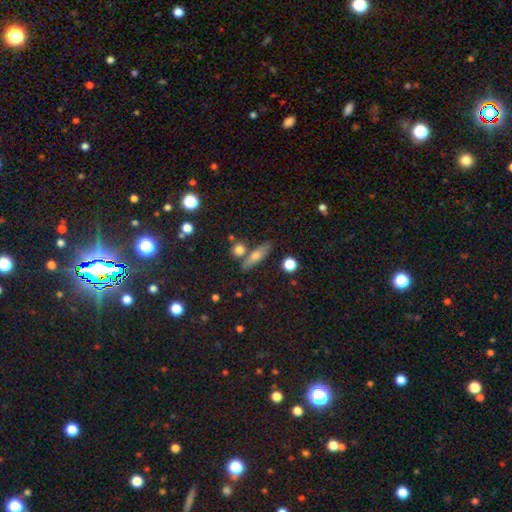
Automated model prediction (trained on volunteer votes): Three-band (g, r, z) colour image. It shows a smooth galaxy with no disk features (60%) that is cigar-shaped (64%). Merging: none (72%).